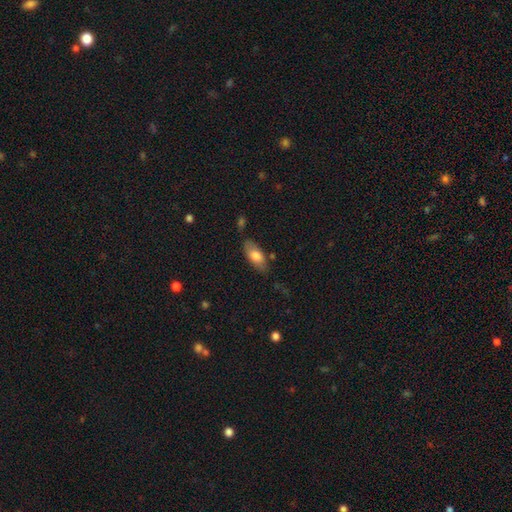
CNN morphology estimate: This appears to be a smooth galaxy with no disk features (77%) that is in between round and cigar-shaped (87%). Merging: none (71%).